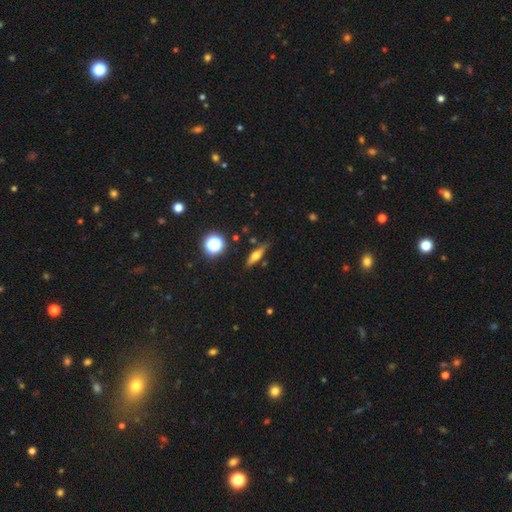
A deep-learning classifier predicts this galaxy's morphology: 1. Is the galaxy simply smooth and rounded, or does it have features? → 47% smooth, 43% featured or disk, 11% star or artifact.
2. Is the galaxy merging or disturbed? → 78% none, 15% minor disturbance, 4% major disturbance, 3% merger.